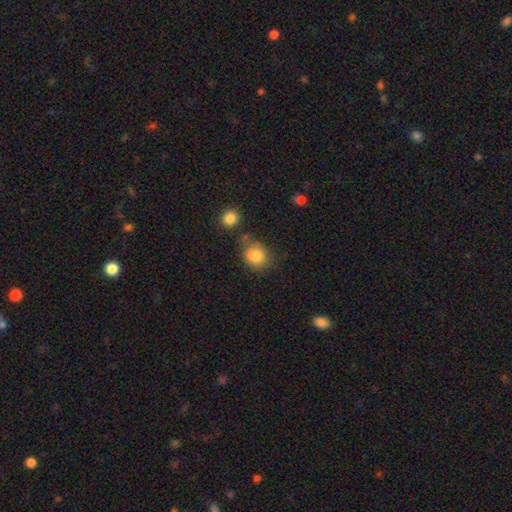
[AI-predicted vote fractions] smooth 82%, star or artifact 9%, featured or disk 8%. Down the decision tree: how rounded — round (68%); merging — none (60%).